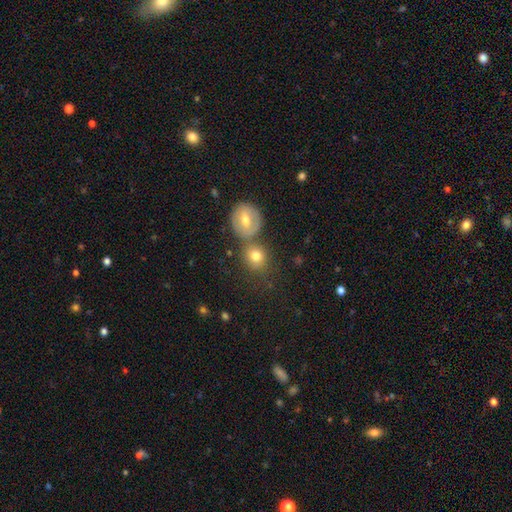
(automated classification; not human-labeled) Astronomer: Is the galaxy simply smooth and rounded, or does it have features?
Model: smooth — 76%.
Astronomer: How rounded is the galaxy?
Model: round — 81%.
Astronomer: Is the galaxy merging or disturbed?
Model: none — 56%.